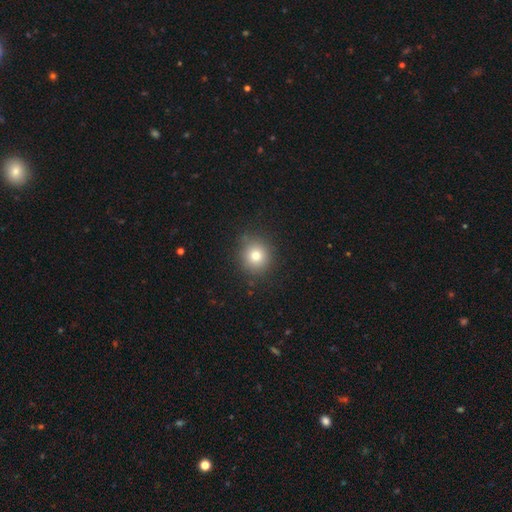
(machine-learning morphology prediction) smooth_or_featured: smooth (p=0.77) [alt: star or artifact p=0.13]
how_rounded: round (p=0.89) [alt: in between p=0.10]
merging: none (p=0.86) [alt: minor disturbance p=0.10]